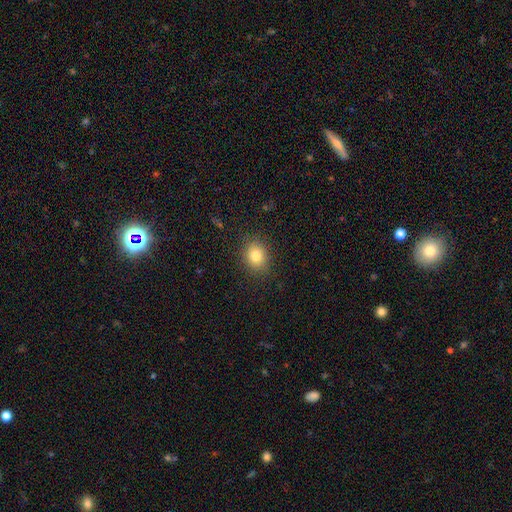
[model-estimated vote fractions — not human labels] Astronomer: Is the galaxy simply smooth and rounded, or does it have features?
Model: smooth — 81%.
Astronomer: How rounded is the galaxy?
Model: round — 60% (runner-up: in between, 39%).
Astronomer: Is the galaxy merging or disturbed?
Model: none — 88%.